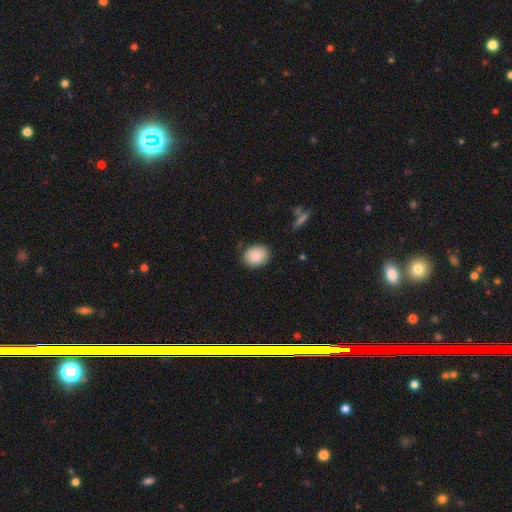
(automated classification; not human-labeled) smooth 89%, star or artifact 7%, featured or disk 4%. Down the decision tree: how rounded — round (51%); merging — none (85%).